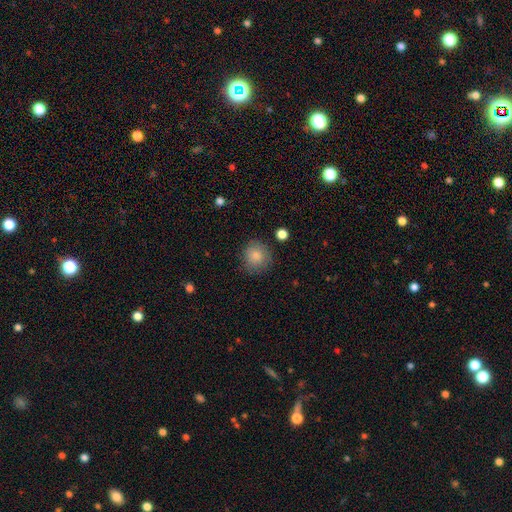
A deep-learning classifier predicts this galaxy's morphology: A smooth galaxy with no disk features (85%) that is round (90%). Merging: none (81%).